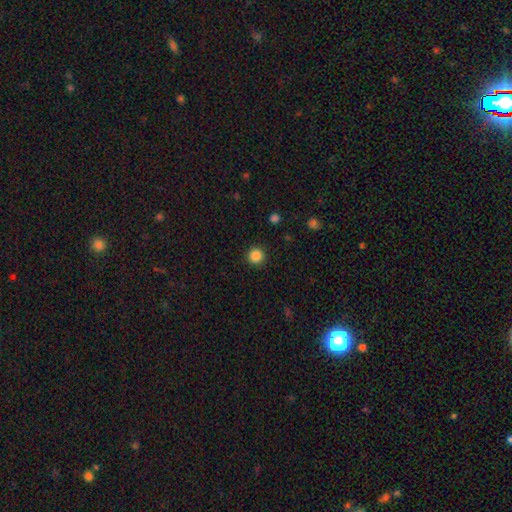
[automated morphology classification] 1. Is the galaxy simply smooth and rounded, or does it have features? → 86% smooth, 11% star or artifact, 4% featured or disk.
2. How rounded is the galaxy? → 95% round, 4% in between, 1% cigar-shaped.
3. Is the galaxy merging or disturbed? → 92% none, 5% minor disturbance, 2% major disturbance, 1% merger.